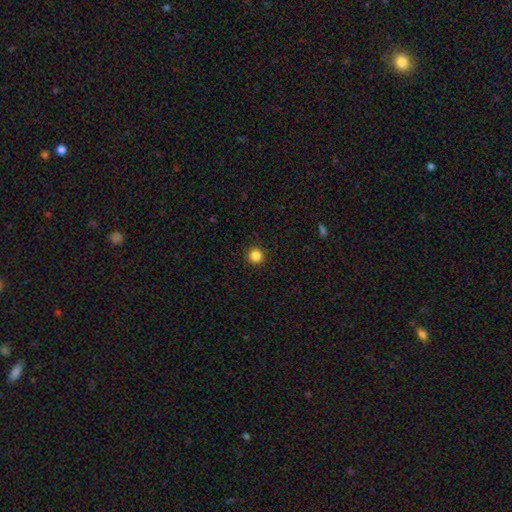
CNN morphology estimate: A smooth galaxy with no disk features (85%) that is round (96%). Merging: none (93%).